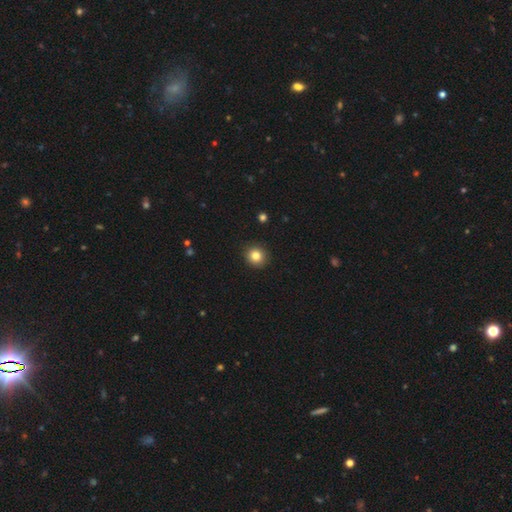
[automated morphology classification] type=smooth (83%); roundness=round (90%); merging=none (92%).